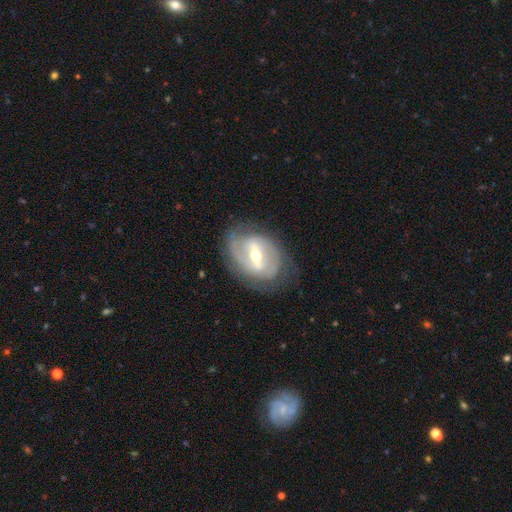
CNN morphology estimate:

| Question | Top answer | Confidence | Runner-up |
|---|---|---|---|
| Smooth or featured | featured or disk | 84% | smooth (10%) |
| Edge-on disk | no | 94% | yes (6%) |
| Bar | strong | 60% | weak (32%) |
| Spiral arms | yes | 86% | no (14%) |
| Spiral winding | tight | 50% | medium (36%) |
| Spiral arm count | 2 | 61% | can't tell (20%) |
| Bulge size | moderate | 64% | small (29%) |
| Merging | none | 74% | minor disturbance (17%) |